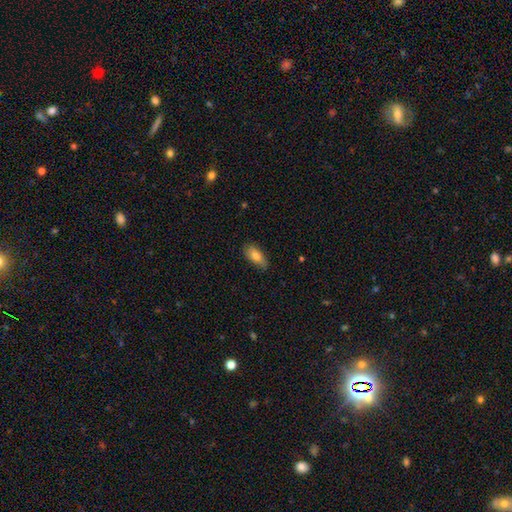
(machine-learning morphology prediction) Smooth or featured? Predicted: smooth (p=0.81). How rounded? Predicted: in between (p=0.86). Merging? Predicted: none (p=0.76).